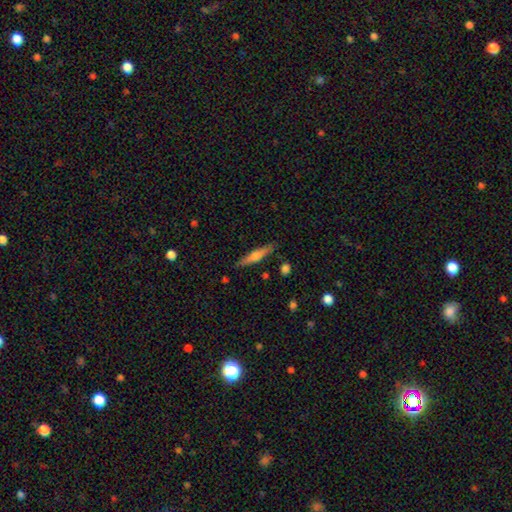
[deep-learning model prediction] Smooth or featured? featured or disk (49%)
Merging? none (84%)